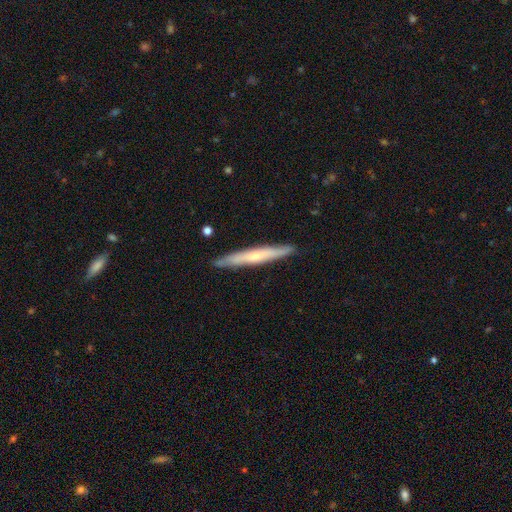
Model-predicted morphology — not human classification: Overall: featured or disk (49%; smooth 45%). Merging: none (89%).